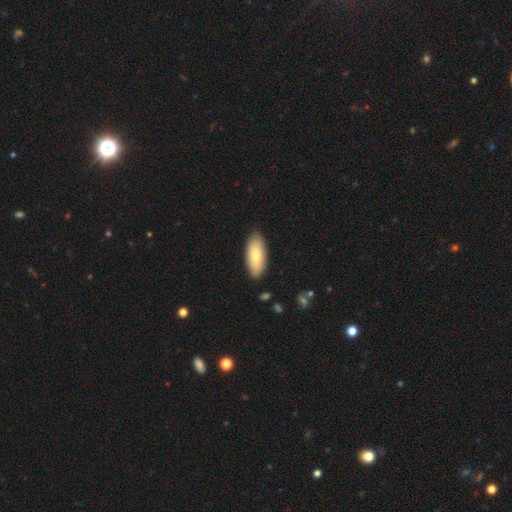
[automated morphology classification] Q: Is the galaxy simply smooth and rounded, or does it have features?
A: smooth — 78%.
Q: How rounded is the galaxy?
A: in between — 83%.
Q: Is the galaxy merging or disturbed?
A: none — 86%.